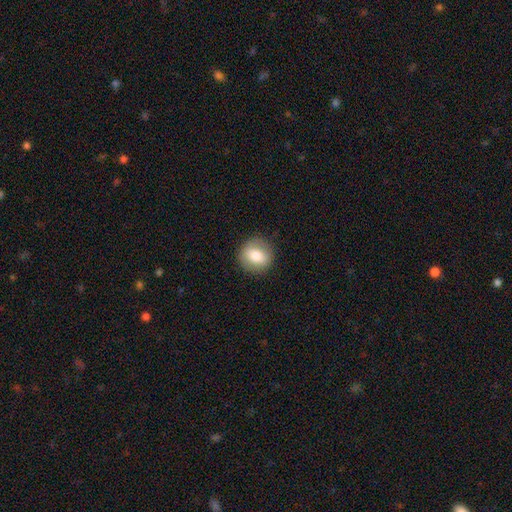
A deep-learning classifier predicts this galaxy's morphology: This is likely a smooth galaxy (74%). How rounded: clearly round (86%). Merging: clearly none (89%).